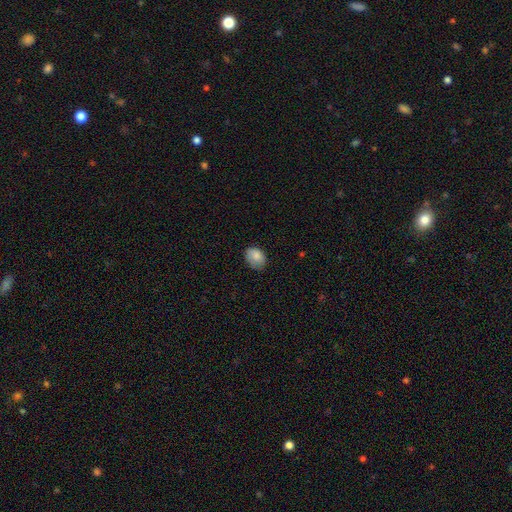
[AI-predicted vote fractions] Smooth or featured? smooth (85%)
How rounded? in between (68%)
Merging? none (68%)